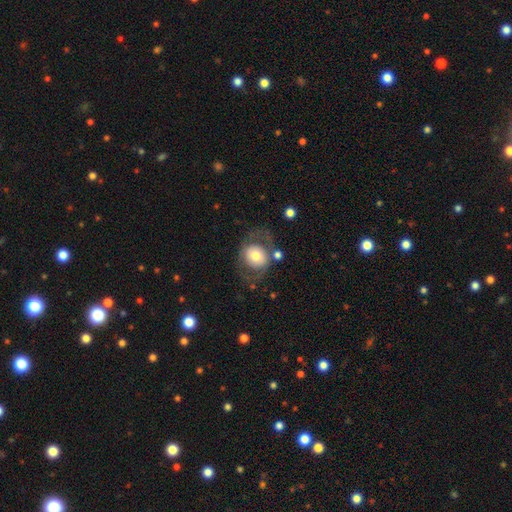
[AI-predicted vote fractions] smooth-or-featured: smooth: 53% | featured or disk: 40% | star or artifact: 7%
  how-rounded: round: 71% | in between: 28% | cigar-shaped: 1%
  merging: none: 60% | major disturbance: 17% | minor disturbance: 17% | merger: 6%